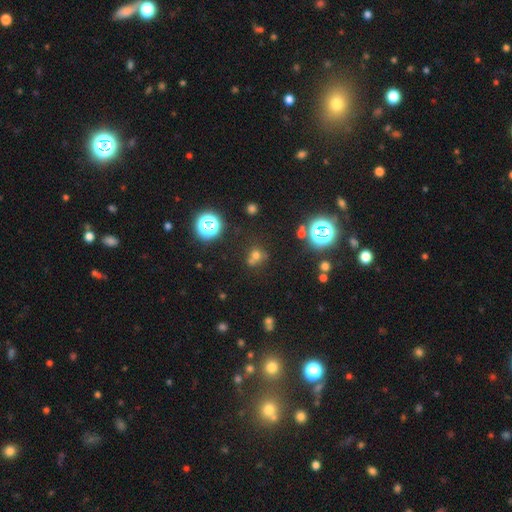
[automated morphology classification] This is possibly a smooth galaxy (54%). How rounded: likely round (78%). Merging: possibly none (54%).